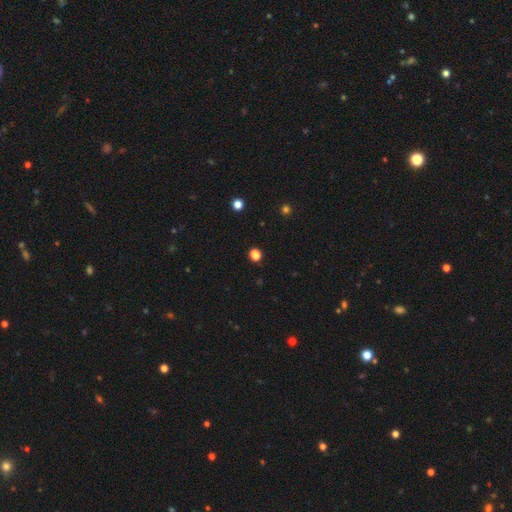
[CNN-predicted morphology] The model was most divided on "how rounded": round: 64%, in between: 35%, cigar-shaped: 1%. More confident: merging — none (88%); smooth or featured — smooth (73%).